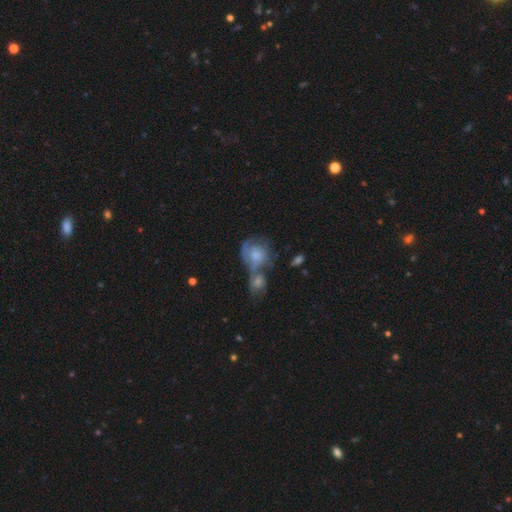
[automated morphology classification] A smooth galaxy with no disk features (49%). Merging: merger (48%).